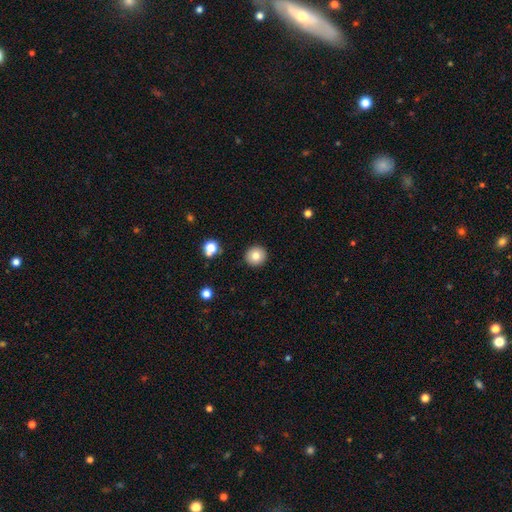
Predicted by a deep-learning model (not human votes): Smooth or featured: smooth — 81% (star or artifact — 11%)
How rounded: round — 94% (in between — 5%)
Merging: none — 92% (minor disturbance — 5%)